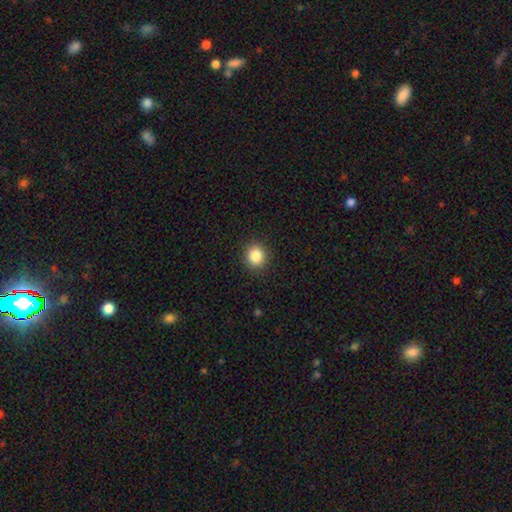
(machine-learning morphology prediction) A smooth galaxy with no disk features (85%) that is round (85%). Merging: none (91%).